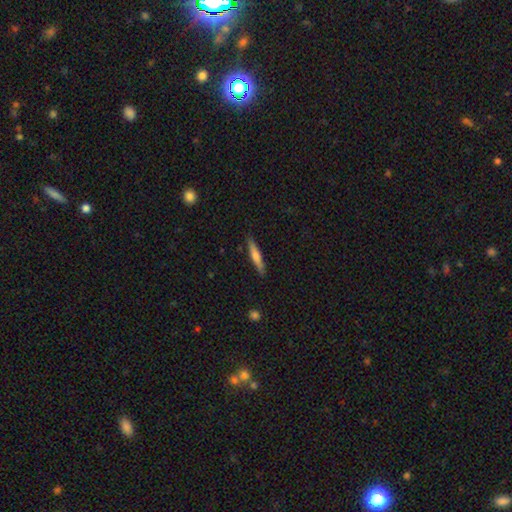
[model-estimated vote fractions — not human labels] This is possibly a smooth galaxy (58%). How rounded: clearly cigar-shaped (92%). Merging: clearly none (88%).